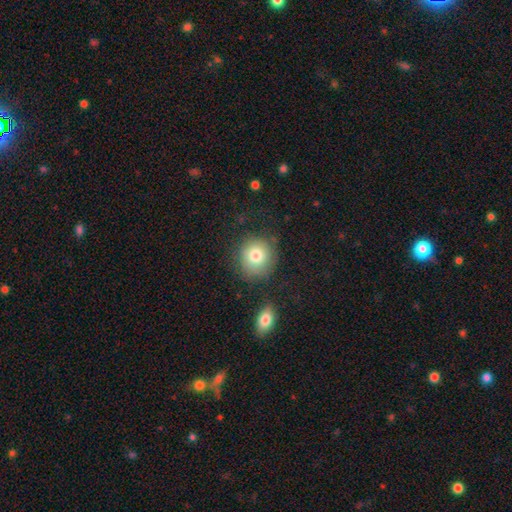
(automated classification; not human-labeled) This appears to be a smooth galaxy with no disk features (79%) that is round (86%). Merging: none (77%).